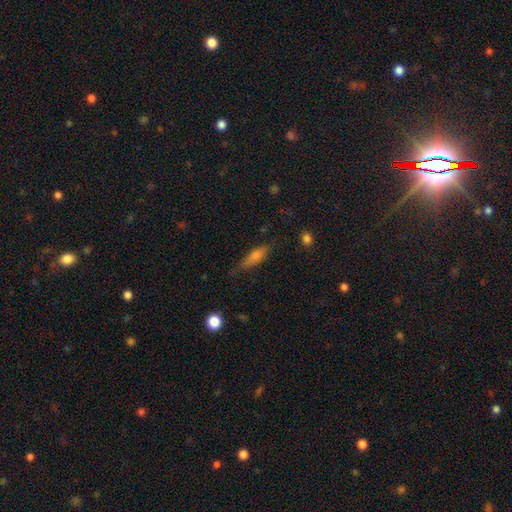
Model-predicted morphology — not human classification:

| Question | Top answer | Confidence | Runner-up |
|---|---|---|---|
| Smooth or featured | smooth | 61% | featured or disk (29%) |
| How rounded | cigar-shaped | 60% | in between (37%) |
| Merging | none | 71% | minor disturbance (22%) |